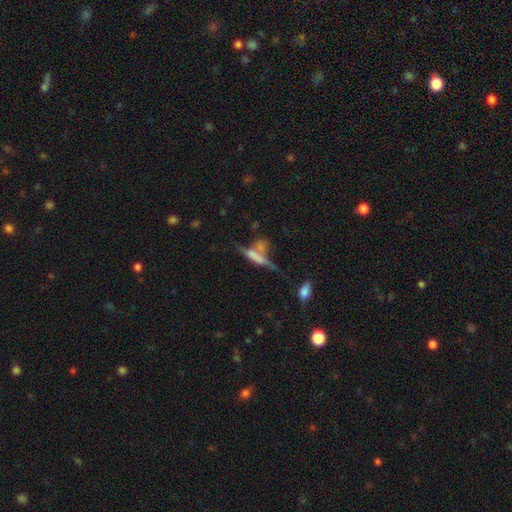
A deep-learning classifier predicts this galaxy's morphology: A smooth galaxy with no disk features (47%). Merging: merger (41%).